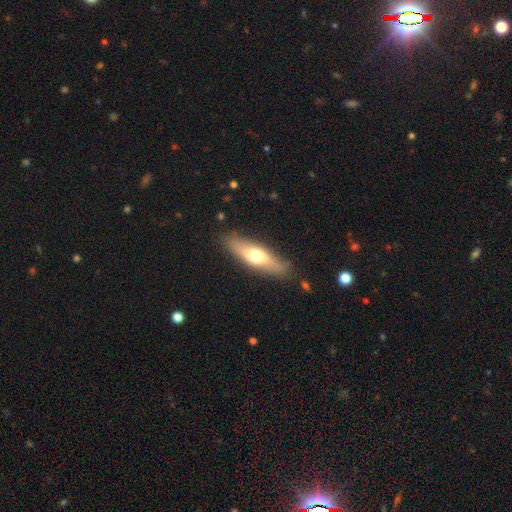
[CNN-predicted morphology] Smooth or featured? smooth (52%)
How rounded? cigar-shaped (59%)
Merging? none (85%)